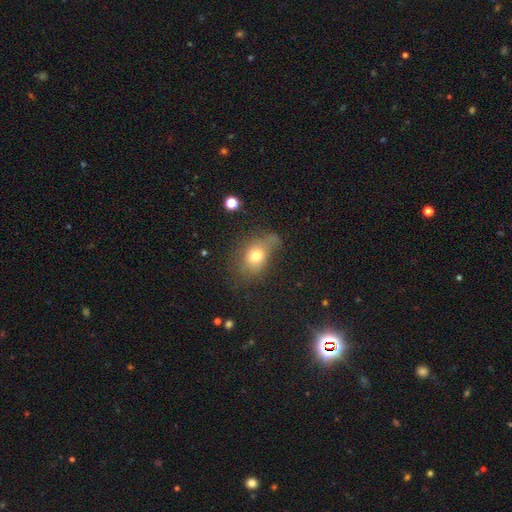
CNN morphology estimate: A smooth galaxy with no disk features (71%) that is in between round and cigar-shaped (64%).

Vote fractions:
- Smooth or featured? smooth: 71% / featured or disk: 17% / star or artifact: 13%
- How rounded? in between: 64% / round: 34% / cigar-shaped: 2%
- Merging? none: 40% / minor disturbance: 29% / major disturbance: 26% / merger: 5%